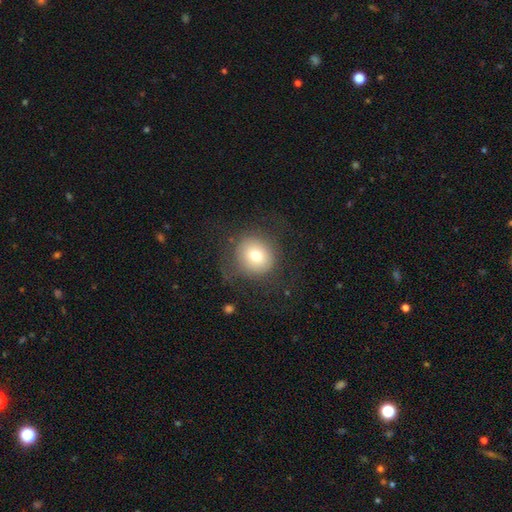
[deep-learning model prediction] Overall: smooth (72%). How rounded: round (88%). Merging: none (74%).